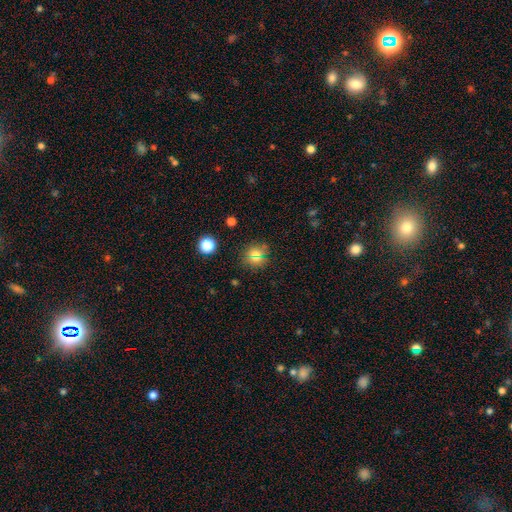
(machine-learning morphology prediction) This appears to be a smooth galaxy with no disk features (63%) that is round (89%). Merging: none (85%).